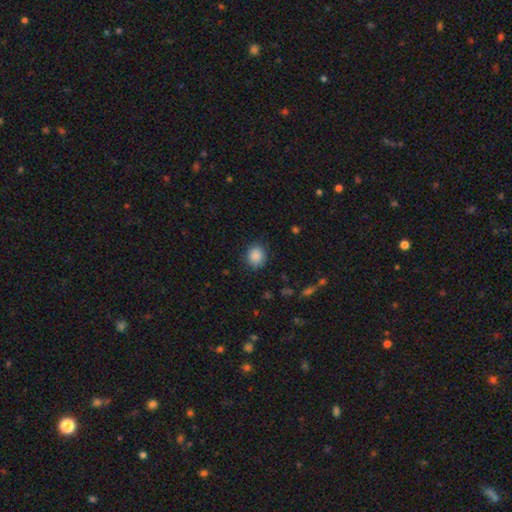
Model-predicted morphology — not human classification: smooth-or-featured: smooth: 88% | star or artifact: 8% | featured or disk: 4%
  how-rounded: round: 63% | in between: 36% | cigar-shaped: 1%
  merging: none: 84% | minor disturbance: 11% | major disturbance: 3% | merger: 1%